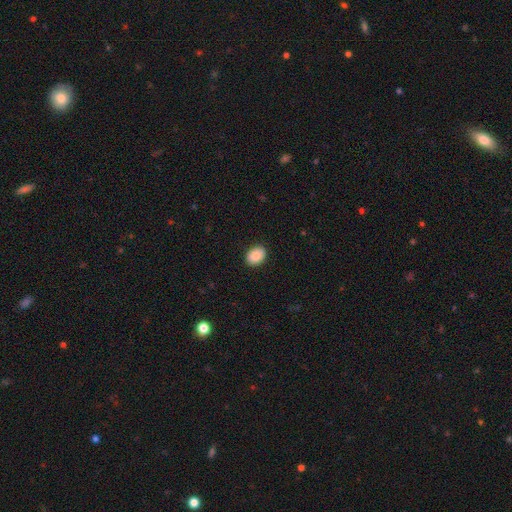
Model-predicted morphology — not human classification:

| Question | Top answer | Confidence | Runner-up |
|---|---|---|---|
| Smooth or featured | smooth | 88% | star or artifact (7%) |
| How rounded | in between | 69% | round (30%) |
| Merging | none | 90% | minor disturbance (7%) |